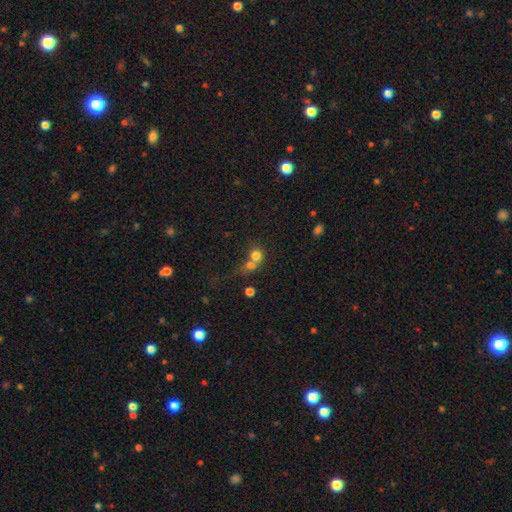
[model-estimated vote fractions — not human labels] Smooth or featured?
  - smooth: 74% *
  - featured or disk: 14%
  - star or artifact: 13%
How rounded?
  - round: 77% *
  - in between: 22%
  - cigar-shaped: 2%
Merging?
  - merger: 61% *
  - none: 26%
  - minor disturbance: 6%
  - major disturbance: 6%